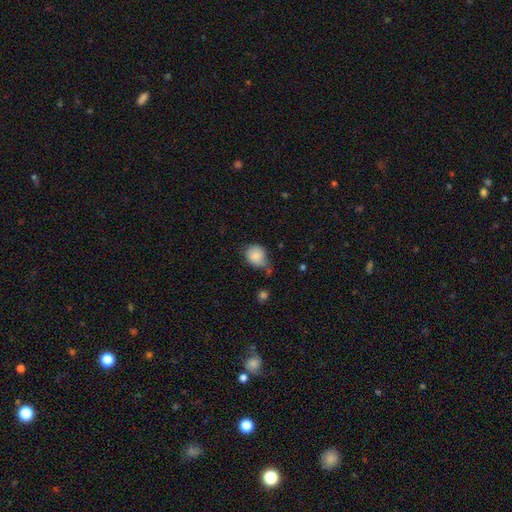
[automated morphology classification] smooth 80%, featured or disk 11%, star or artifact 8%. Down the decision tree: how rounded — round (60%); merging — none (46%).